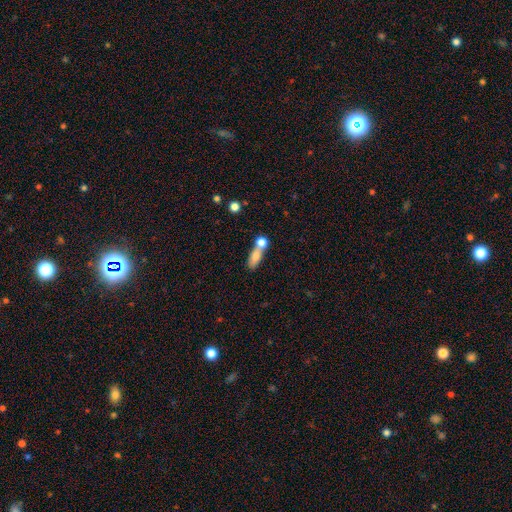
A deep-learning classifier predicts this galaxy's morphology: type=smooth (76%); roundness=in between (59%); merging=merger (51%).